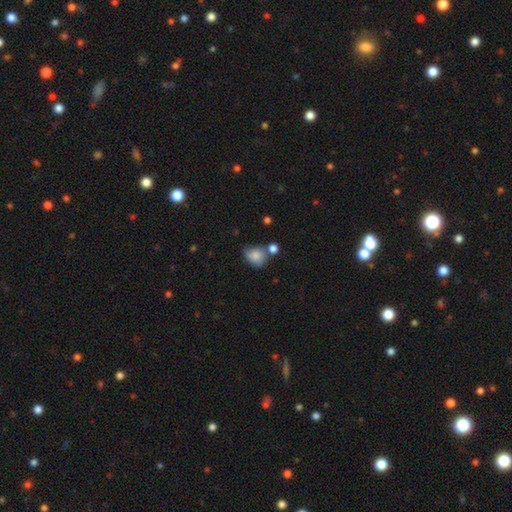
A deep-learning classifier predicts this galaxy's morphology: Smooth or featured? Predicted: smooth (p=0.81). How rounded? Predicted: round (p=0.51). Merging? Predicted: none (p=0.47).